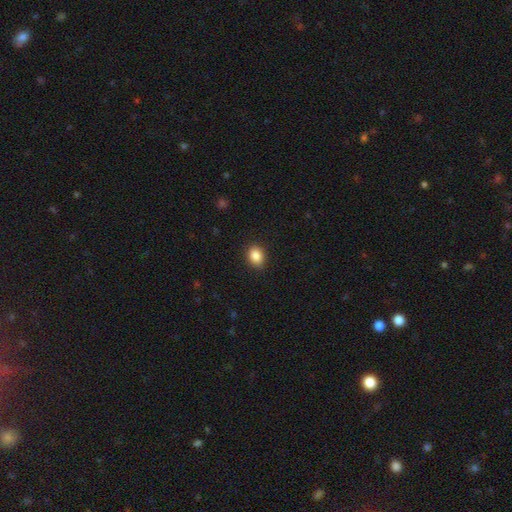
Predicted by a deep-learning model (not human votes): Q: Smooth or featured?
A: smooth (86%); runner-up: star or artifact (9%)
Q: How rounded?
A: in between (58%); runner-up: round (41%)
Q: Merging?
A: none (87%); runner-up: minor disturbance (10%)